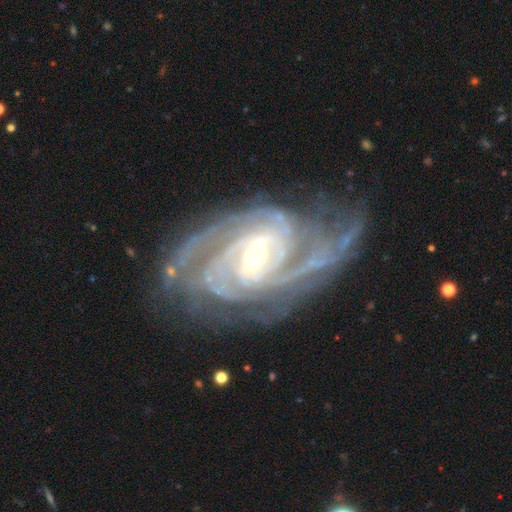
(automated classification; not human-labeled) Smooth or featured?
  - featured or disk: 92% *
  - star or artifact: 4%
  - smooth: 3%
Edge-on disk?
  - no: 97% *
  - yes: 3%
Bar?
  - strong: 44% *
  - weak: 41%
  - no: 15%
Spiral arms?
  - yes: 98% *
  - no: 2%
Spiral winding?
  - tight: 59% *
  - medium: 34%
  - loose: 8%
Spiral arm count?
  - 2: 33% *
  - 3: 20%
  - can't tell: 19%
  - 4: 14%
  - more than 4: 7%
  - 1: 7%
Bulge size?
  - small: 53% *
  - moderate: 41%
  - large: 3%
  - none: 1%
  - dominant: 1%
Merging?
  - none: 56% *
  - minor disturbance: 21%
  - major disturbance: 19%
  - merger: 4%